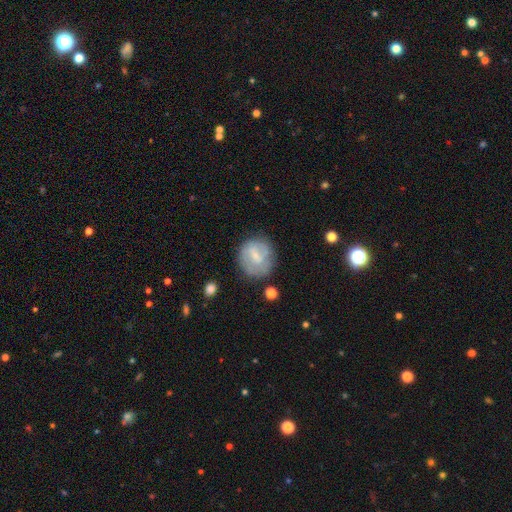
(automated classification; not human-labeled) Overall: featured or disk (46%, tied with smooth). Merging: none (67%).